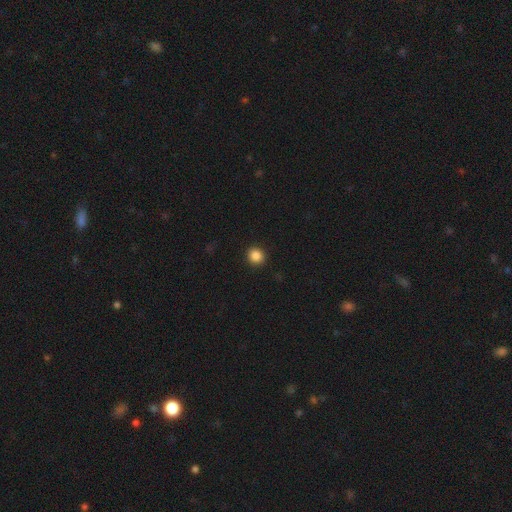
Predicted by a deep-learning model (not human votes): Overall: smooth (87%). How rounded: round (89%). Merging: none (93%).